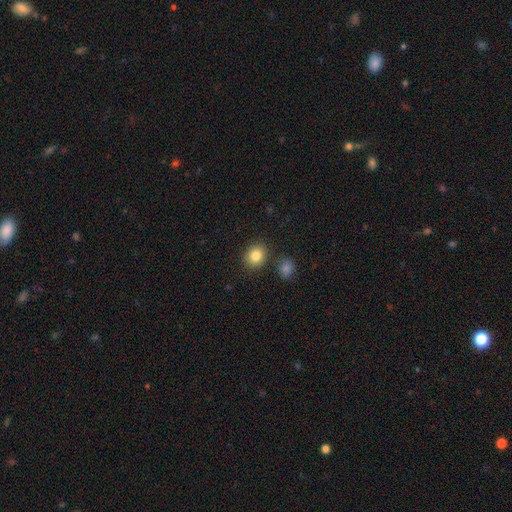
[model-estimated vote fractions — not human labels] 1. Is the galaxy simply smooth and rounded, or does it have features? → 84% smooth, 9% star or artifact, 6% featured or disk.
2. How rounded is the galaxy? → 66% round, 33% in between, 1% cigar-shaped.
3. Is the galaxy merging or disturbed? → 82% none, 9% minor disturbance, 6% merger, 3% major disturbance.